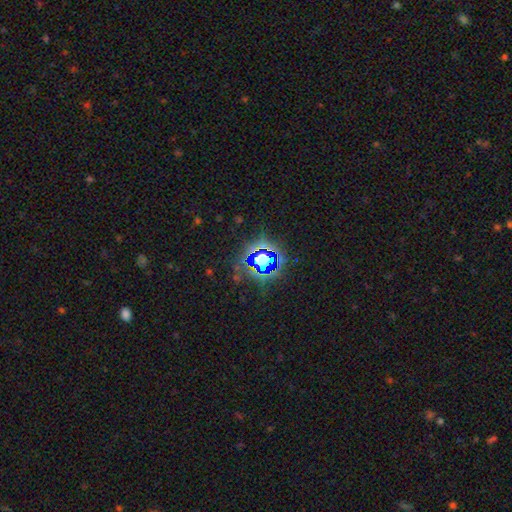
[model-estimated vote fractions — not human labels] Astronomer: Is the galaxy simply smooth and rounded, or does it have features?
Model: star or artifact — 77%.